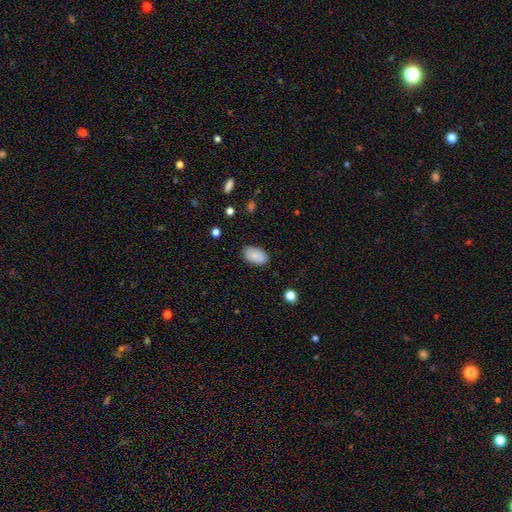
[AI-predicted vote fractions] This is clearly a smooth galaxy (82%). How rounded: clearly in between (93%). Merging: clearly none (82%).